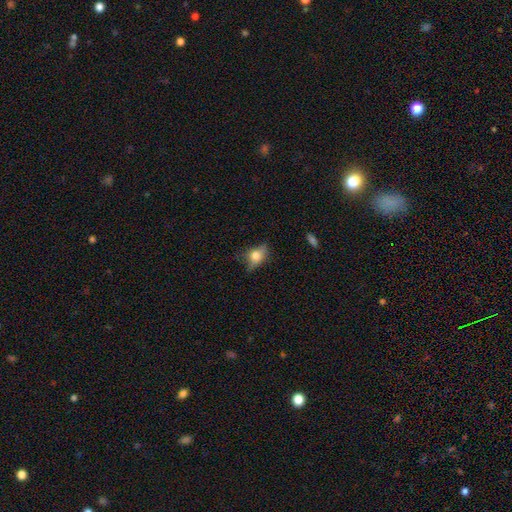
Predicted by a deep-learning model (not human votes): Smooth or featured?
  - smooth: 62% *
  - featured or disk: 28%
  - star or artifact: 10%
How rounded?
  - in between: 75% *
  - round: 18%
  - cigar-shaped: 7%
Merging?
  - none: 57% *
  - minor disturbance: 29%
  - major disturbance: 12%
  - merger: 2%